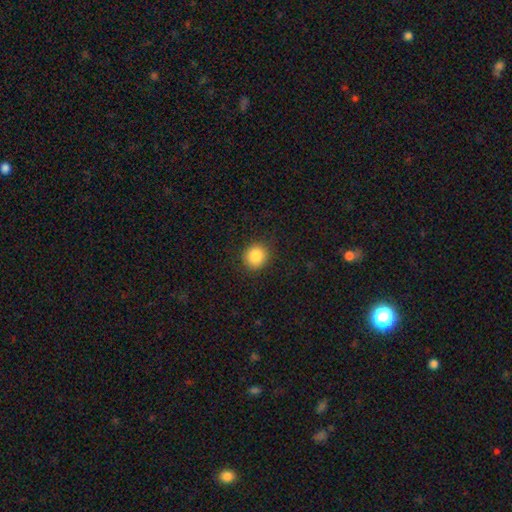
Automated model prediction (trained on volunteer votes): smooth_or_featured: smooth (p=0.86) [alt: star or artifact p=0.09]
how_rounded: round (p=0.87) [alt: in between p=0.12]
merging: none (p=0.90) [alt: minor disturbance p=0.07]